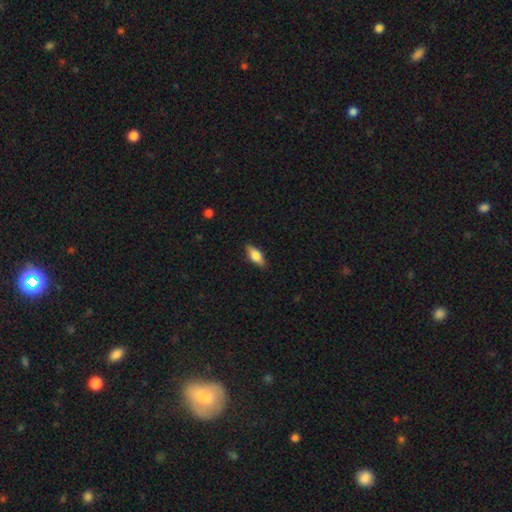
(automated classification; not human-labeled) A smooth galaxy with no disk features (72%) that is in between round and cigar-shaped (78%). Merging: none (85%).